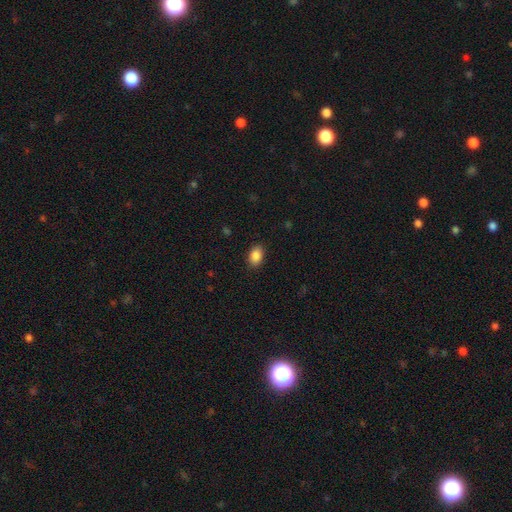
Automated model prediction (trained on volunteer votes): Overall: smooth (88%). How rounded: in between (85%). Merging: none (88%).